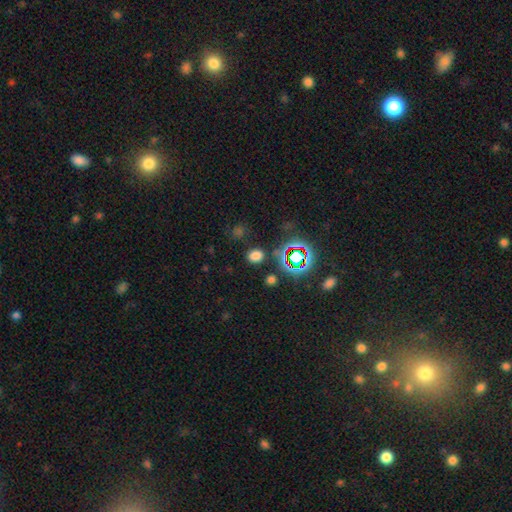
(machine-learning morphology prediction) Overall: smooth (68%). How rounded: in between (50%; round 49%). Merging: none (82%).